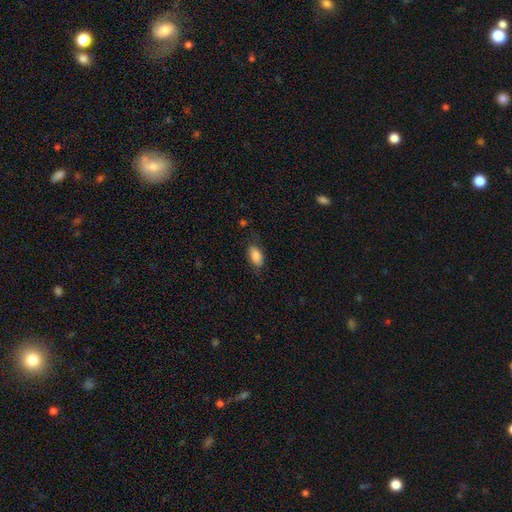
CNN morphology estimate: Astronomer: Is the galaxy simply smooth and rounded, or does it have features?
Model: smooth — 85%.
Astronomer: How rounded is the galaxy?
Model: in between — 91%.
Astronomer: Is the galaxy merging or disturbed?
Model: none — 73%.